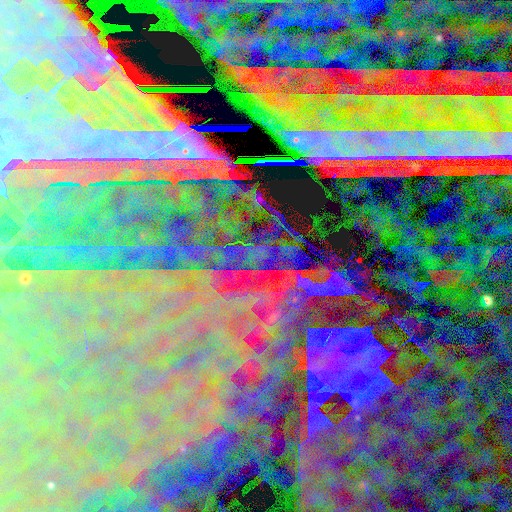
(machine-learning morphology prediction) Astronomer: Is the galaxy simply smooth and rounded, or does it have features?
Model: star or artifact — 89%.